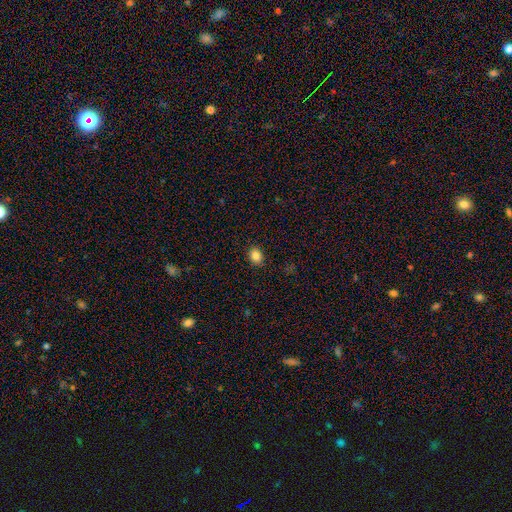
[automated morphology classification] This is clearly a smooth galaxy (85%). How rounded: possibly in between (55%). Merging: clearly none (90%).